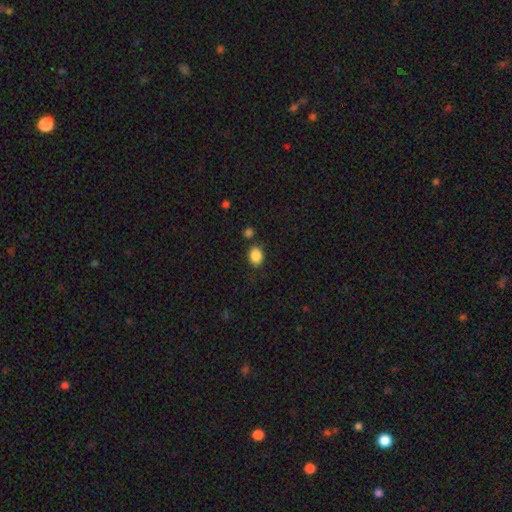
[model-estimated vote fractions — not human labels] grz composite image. It shows a smooth galaxy with no disk features (87%) that is in between round and cigar-shaped (56%). Merging: none (77%).